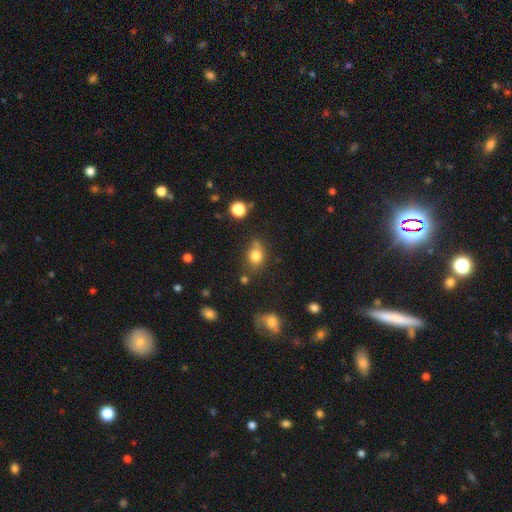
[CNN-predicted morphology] Smooth or featured? Predicted: smooth (p=0.79). How rounded? Predicted: in between (p=0.55). Merging? Predicted: none (p=0.57).